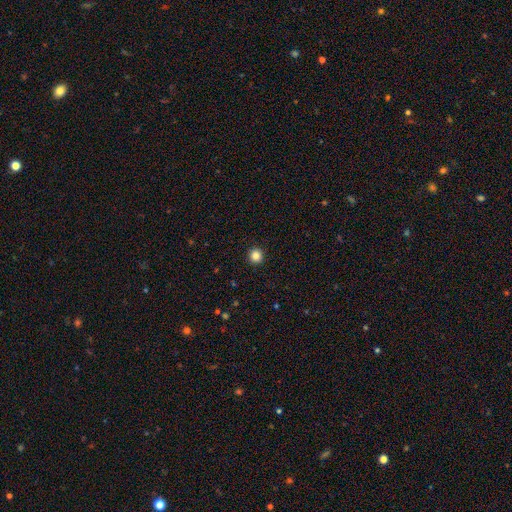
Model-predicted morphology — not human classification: type=smooth (85%); roundness=round (95%); merging=none (93%).